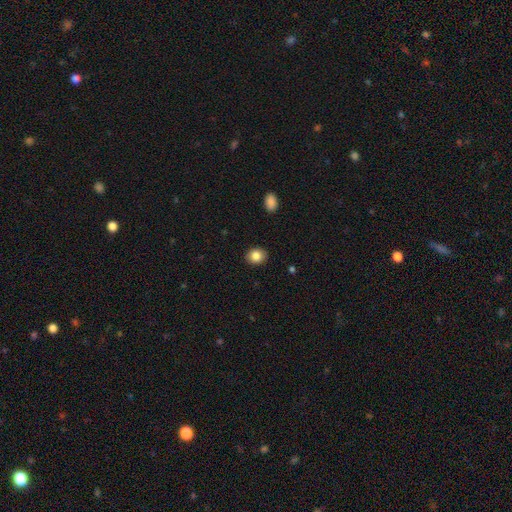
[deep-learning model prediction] smooth-or-featured: smooth: 85% | star or artifact: 9% | featured or disk: 6%
  how-rounded: round: 54% | in between: 45% | cigar-shaped: 1%
  merging: none: 90% | minor disturbance: 7% | major disturbance: 2% | merger: 1%